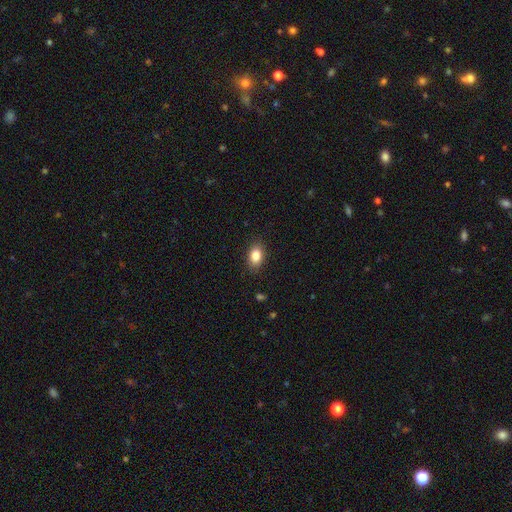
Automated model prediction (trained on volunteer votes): Smooth or featured: smooth — 85% (star or artifact — 8%)
How rounded: in between — 84% (round — 15%)
Merging: none — 87% (minor disturbance — 9%)